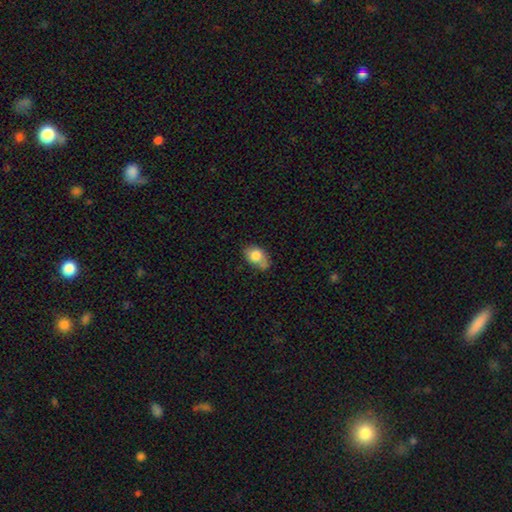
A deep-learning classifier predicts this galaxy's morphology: Smooth or featured? smooth (79%)
How rounded? in between (81%)
Merging? none (50%)